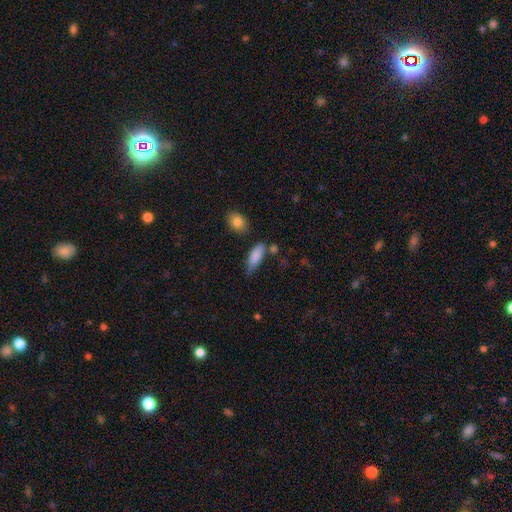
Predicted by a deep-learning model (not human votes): Smooth or featured?
  - smooth: 84% *
  - featured or disk: 9%
  - star or artifact: 7%
How rounded?
  - in between: 72% *
  - cigar-shaped: 25%
  - round: 2%
Merging?
  - none: 50% *
  - minor disturbance: 33%
  - major disturbance: 9%
  - merger: 8%